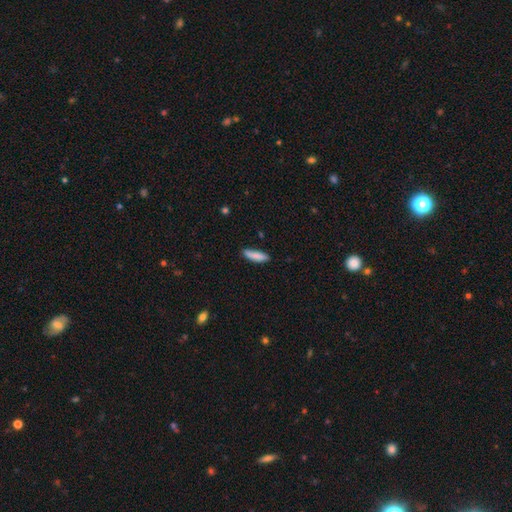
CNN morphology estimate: Smooth or featured? smooth (85%)
How rounded? cigar-shaped (66%)
Merging? none (80%)